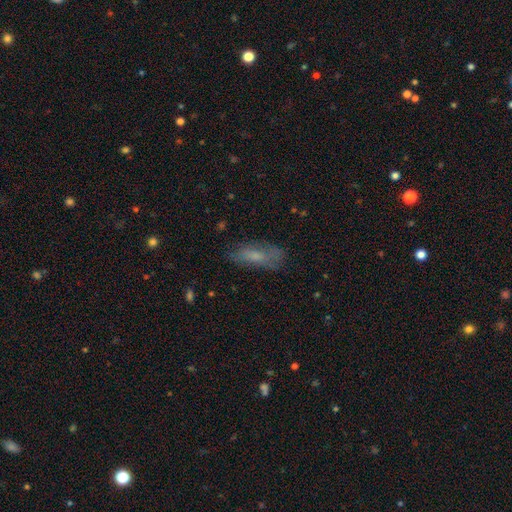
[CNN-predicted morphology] Smooth or featured: smooth — 60% (featured or disk — 30%)
How rounded: in between — 58% (cigar-shaped — 40%)
Merging: none — 66% (minor disturbance — 23%)